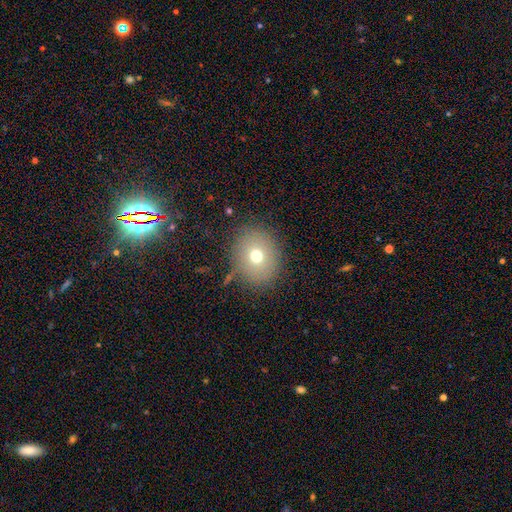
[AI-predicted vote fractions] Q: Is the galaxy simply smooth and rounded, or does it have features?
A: smooth — 64%.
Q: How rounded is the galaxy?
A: round — 58%.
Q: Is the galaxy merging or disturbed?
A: none — 86%.